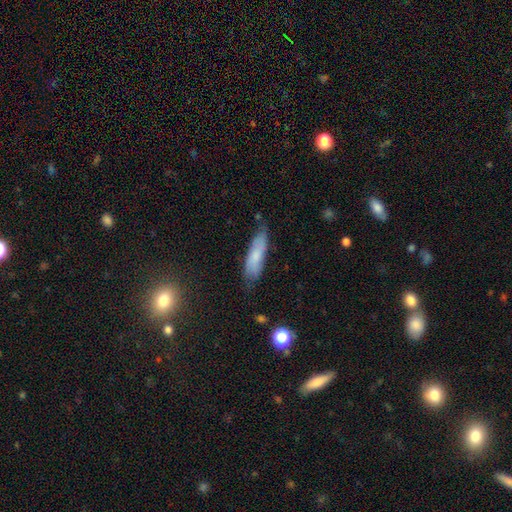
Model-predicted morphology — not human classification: Smooth or featured?
  - smooth: 70% *
  - featured or disk: 23%
  - star or artifact: 7%
How rounded?
  - cigar-shaped: 61% *
  - in between: 38%
  - round: 2%
Merging?
  - none: 71% *
  - minor disturbance: 23%
  - major disturbance: 5%
  - merger: 2%